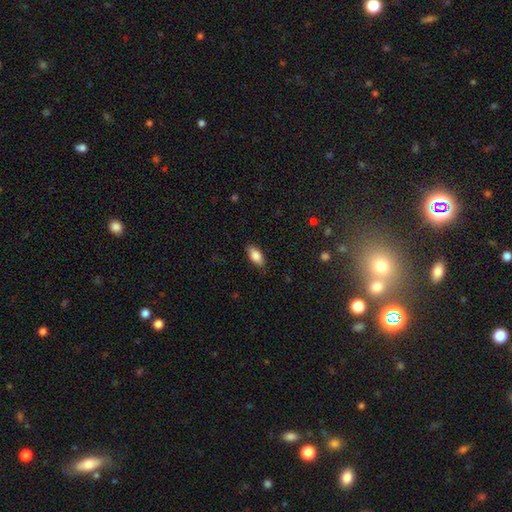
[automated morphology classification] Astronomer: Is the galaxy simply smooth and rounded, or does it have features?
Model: smooth — 85%.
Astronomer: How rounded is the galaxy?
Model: in between — 88%.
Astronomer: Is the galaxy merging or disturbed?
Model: none — 85%.